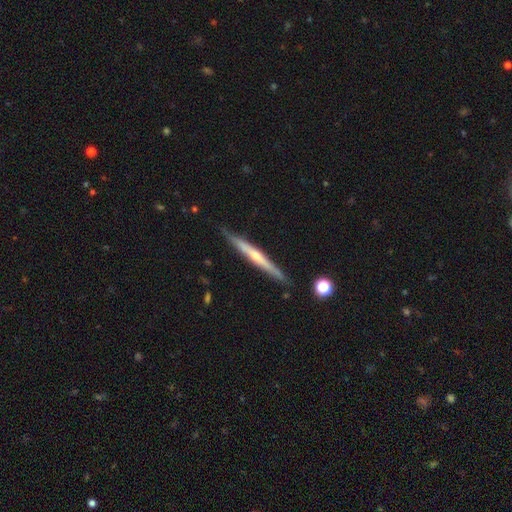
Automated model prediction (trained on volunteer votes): smooth-or-featured: featured or disk: 68% | smooth: 27% | star or artifact: 6%
  disk-edge-on: yes: 97% | no: 3%
    edge-on-bulge: rounded: 66% | none: 30% | boxy: 4%
  merging: none: 87% | minor disturbance: 10% | merger: 2% | major disturbance: 2%